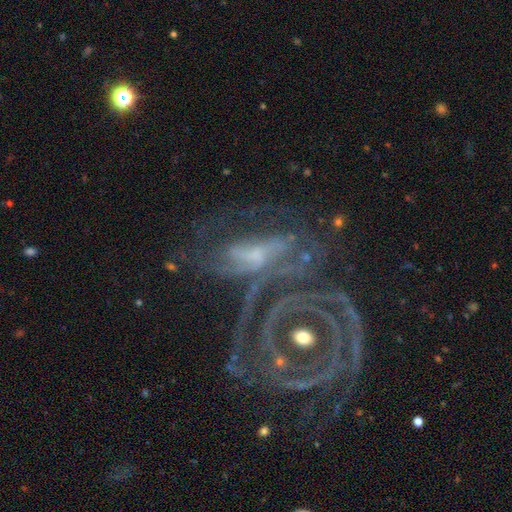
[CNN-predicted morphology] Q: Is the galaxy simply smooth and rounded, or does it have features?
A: featured or disk — 77%.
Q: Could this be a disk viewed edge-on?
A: no — 91%.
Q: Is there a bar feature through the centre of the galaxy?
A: no — 48%.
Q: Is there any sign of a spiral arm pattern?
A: yes — 82%.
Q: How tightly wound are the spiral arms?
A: tight — 58%.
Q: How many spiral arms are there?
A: can't tell — 42%.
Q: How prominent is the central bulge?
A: small — 51%.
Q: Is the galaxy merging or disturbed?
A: none — 40%.